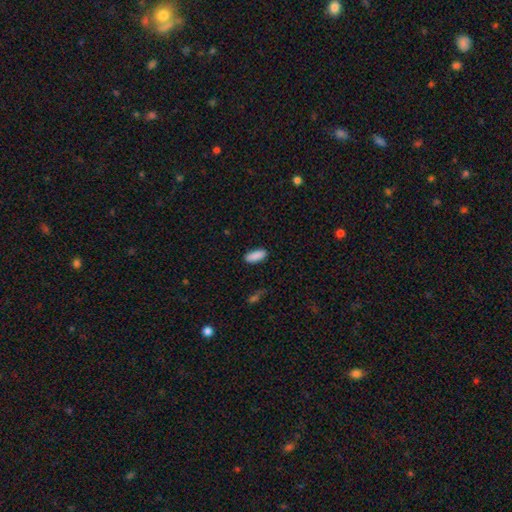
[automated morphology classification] type=smooth (89%); roundness=in between (78%); merging=none (87%).